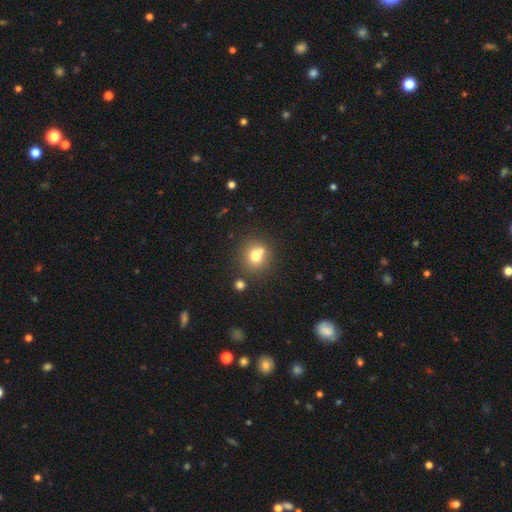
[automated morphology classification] A smooth galaxy with no disk features (72%) that is round (82%).

Vote fractions:
- Smooth or featured? smooth: 72% / featured or disk: 16% / star or artifact: 13%
- How rounded? round: 82% / in between: 17% / cigar-shaped: 1%
- Merging? none: 60% / merger: 24% / minor disturbance: 12% / major disturbance: 4%